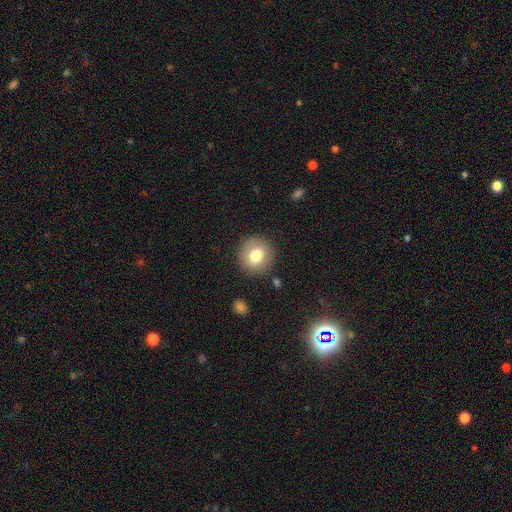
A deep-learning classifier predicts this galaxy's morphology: smooth-or-featured: smooth: 76% | featured or disk: 14% | star or artifact: 9%
  how-rounded: round: 92% | in between: 7% | cigar-shaped: 1%
  merging: none: 87% | minor disturbance: 8% | major disturbance: 3% | merger: 2%